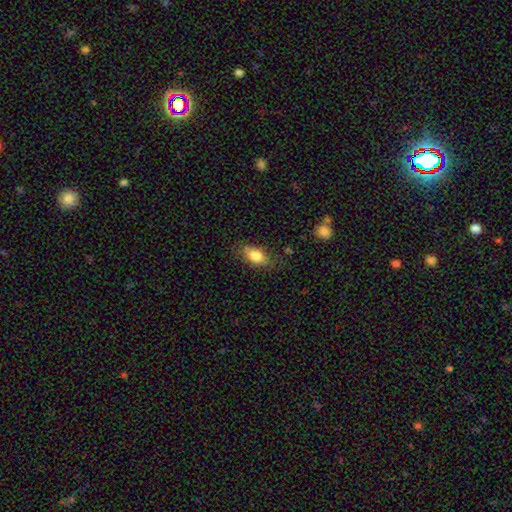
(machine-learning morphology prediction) smooth 81%, featured or disk 11%, star or artifact 8%. Down the decision tree: how rounded — in between (86%); merging — none (72%).